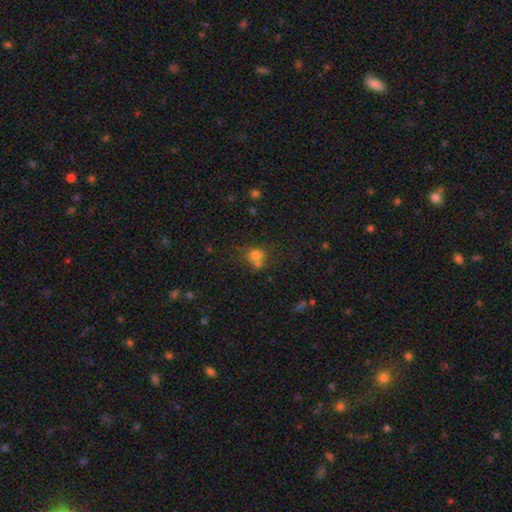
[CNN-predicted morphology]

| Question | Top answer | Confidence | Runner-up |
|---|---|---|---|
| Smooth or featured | smooth | 73% | star or artifact (16%) |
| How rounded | round | 77% | in between (22%) |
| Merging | none | 45% | merger (37%) |